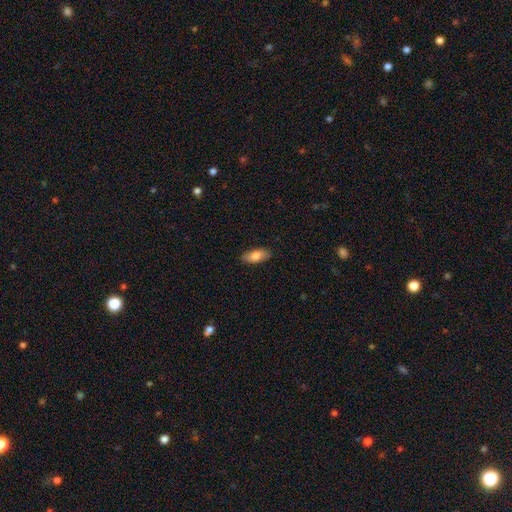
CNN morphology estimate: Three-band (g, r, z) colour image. It shows a smooth galaxy with no disk features (81%) that is in between round and cigar-shaped (83%). Merging: none (88%).